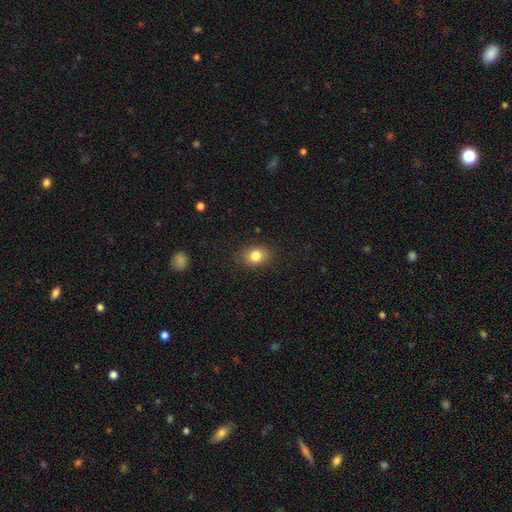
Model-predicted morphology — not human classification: smooth 82%, star or artifact 10%, featured or disk 8%. Down the decision tree: how rounded — in between (59%); merging — none (85%).